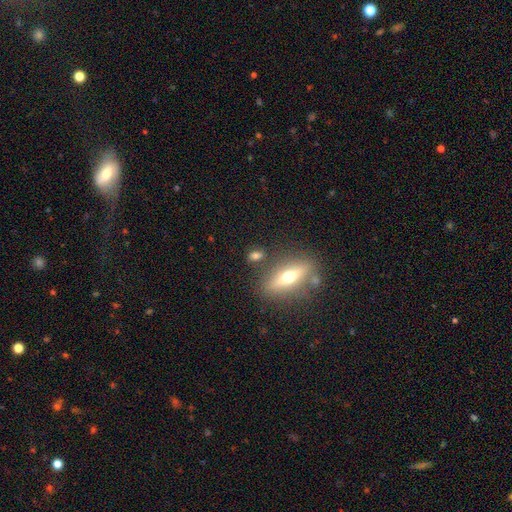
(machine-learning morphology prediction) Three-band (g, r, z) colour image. It shows a smooth galaxy with no disk features (59%) that is in between round and cigar-shaped (56%). Merging: none (74%).